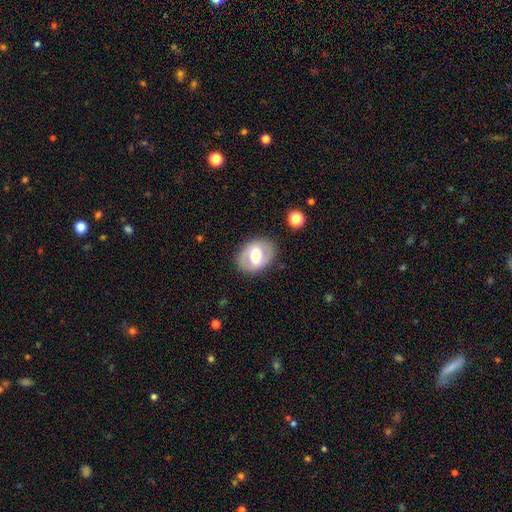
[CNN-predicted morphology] A smooth galaxy with no disk features (50%). Merging: none (83%).